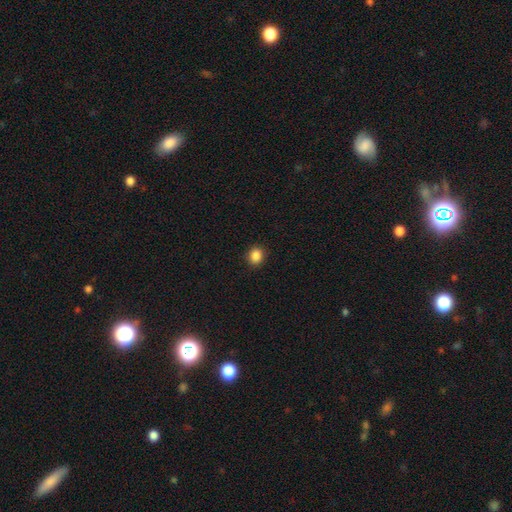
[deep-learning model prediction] Q: Smooth or featured?
A: smooth (86%); runner-up: star or artifact (10%)
Q: How rounded?
A: round (75%); runner-up: in between (24%)
Q: Merging?
A: none (91%); runner-up: minor disturbance (6%)